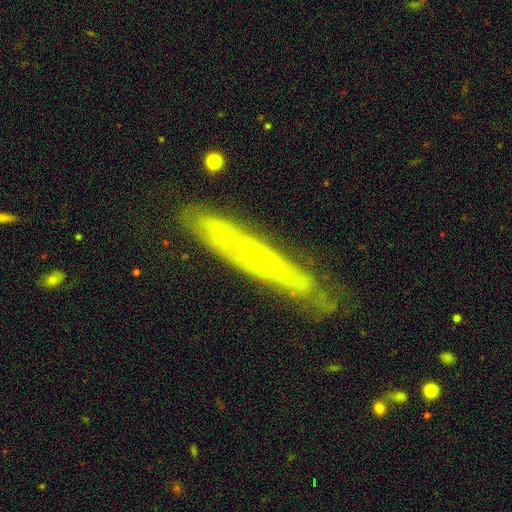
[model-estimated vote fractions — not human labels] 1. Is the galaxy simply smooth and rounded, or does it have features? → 73% featured or disk, 20% smooth, 7% star or artifact.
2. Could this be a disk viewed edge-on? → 57% yes, 43% no.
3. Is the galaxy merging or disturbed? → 72% none, 22% minor disturbance, 5% major disturbance, 2% merger.